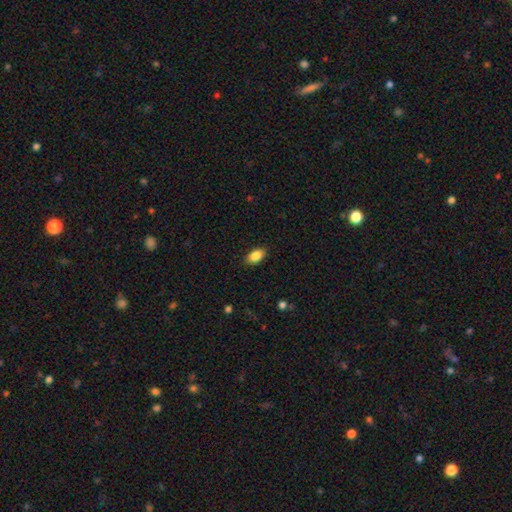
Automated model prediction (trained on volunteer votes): Q: Smooth or featured?
A: smooth (87%); runner-up: star or artifact (8%)
Q: How rounded?
A: in between (92%); runner-up: round (6%)
Q: Merging?
A: none (88%); runner-up: minor disturbance (9%)